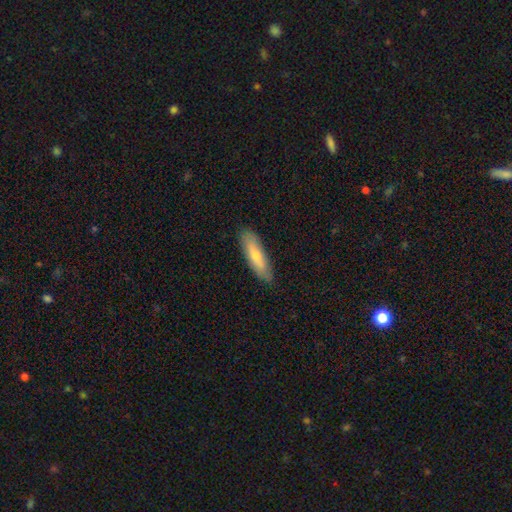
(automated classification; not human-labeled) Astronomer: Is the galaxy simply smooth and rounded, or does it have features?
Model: smooth — 66%.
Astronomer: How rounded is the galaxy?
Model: cigar-shaped — 64%.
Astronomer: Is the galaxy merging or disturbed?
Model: none — 87%.